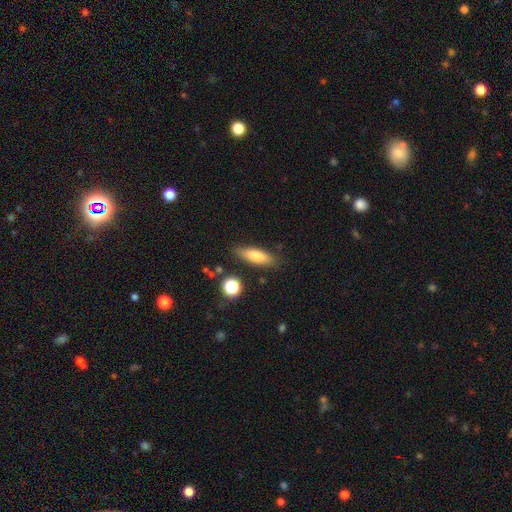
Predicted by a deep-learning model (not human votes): This is likely a smooth galaxy (76%). How rounded: possibly cigar-shaped (52%). Merging: clearly none (83%).